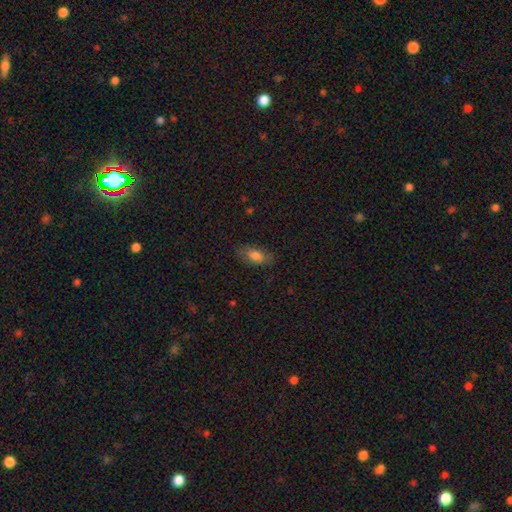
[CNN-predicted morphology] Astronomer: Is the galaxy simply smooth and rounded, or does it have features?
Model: smooth — 76%.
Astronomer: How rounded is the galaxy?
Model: in between — 88%.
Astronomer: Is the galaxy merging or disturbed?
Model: none — 75%.